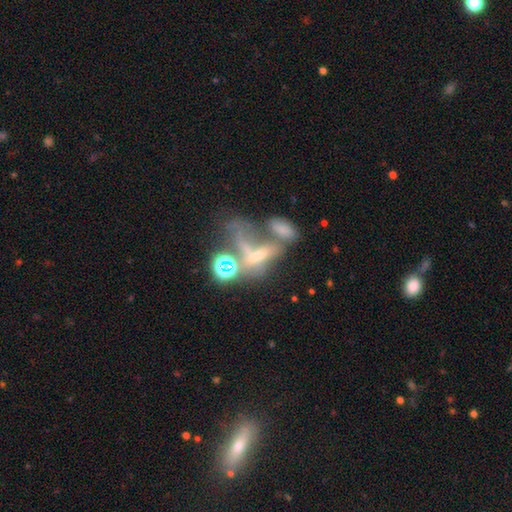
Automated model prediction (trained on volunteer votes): This appears to be a featured or disk galaxy (40%). Merging: merger (51%).